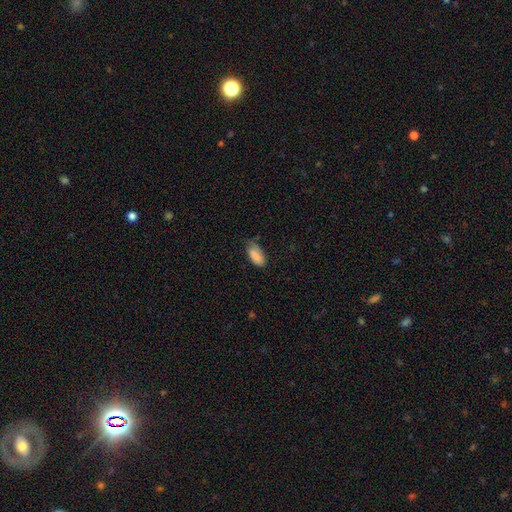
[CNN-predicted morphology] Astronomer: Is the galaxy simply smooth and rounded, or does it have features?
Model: smooth — 87%.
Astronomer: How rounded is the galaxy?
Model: in between — 91%.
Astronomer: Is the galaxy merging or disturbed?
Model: none — 57% (runner-up: minor disturbance, 34%).